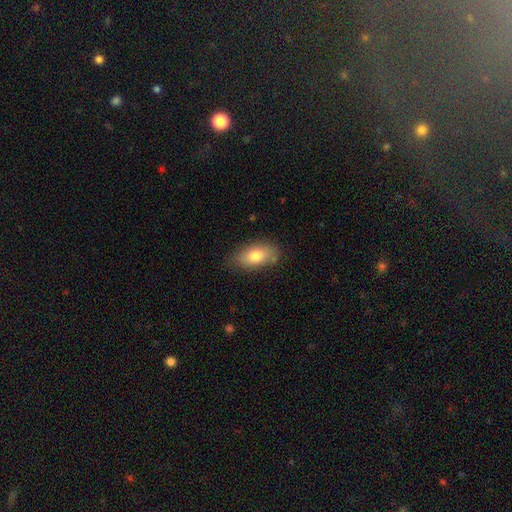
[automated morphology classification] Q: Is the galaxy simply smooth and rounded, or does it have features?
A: smooth — 78%.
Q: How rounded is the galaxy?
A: in between — 91%.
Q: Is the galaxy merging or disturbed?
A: none — 76%.